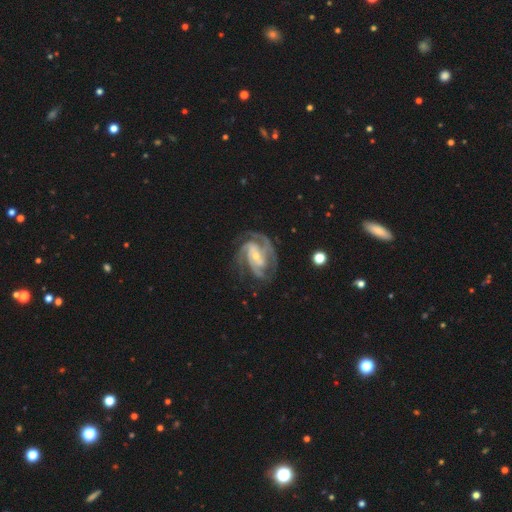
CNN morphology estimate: The model was most divided on "bar": weak: 38%, no: 36%, strong: 25%. Remaining: spiral arms — yes (98%); edge-on disk — no (98%); smooth or featured — featured or disk (92%); merging — none (67%); bulge size — small (63%); spiral winding — tight (53%); spiral arm count — 3 (50%).